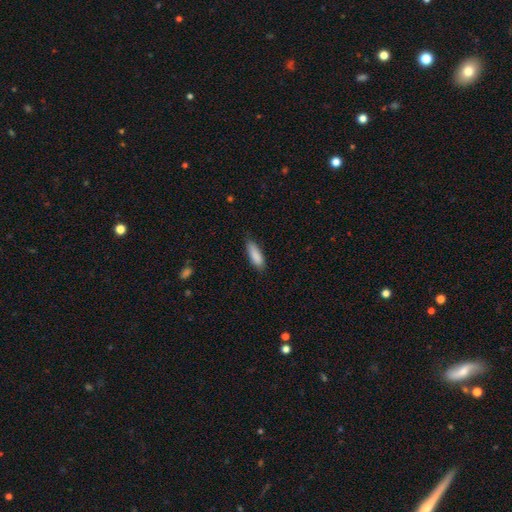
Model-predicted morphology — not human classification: smooth-or-featured: smooth: 88% | featured or disk: 6% | star or artifact: 6%
  how-rounded: in between: 55% | cigar-shaped: 44% | round: 2%
  merging: none: 77% | minor disturbance: 19% | major disturbance: 3% | merger: 1%